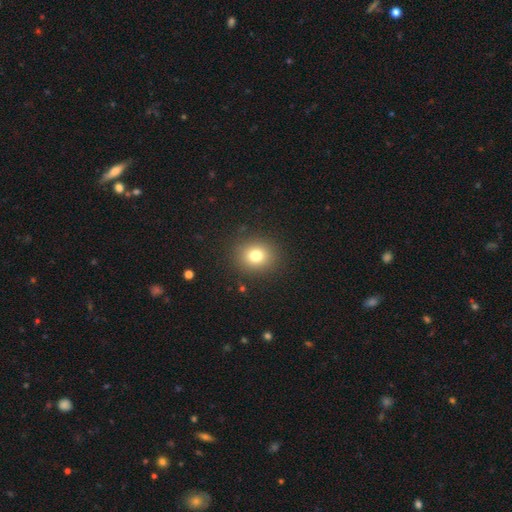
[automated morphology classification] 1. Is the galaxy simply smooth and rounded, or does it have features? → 77% smooth, 14% star or artifact, 9% featured or disk.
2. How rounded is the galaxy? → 79% round, 20% in between, 1% cigar-shaped.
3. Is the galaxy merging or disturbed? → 88% none, 7% minor disturbance, 3% major disturbance, 1% merger.